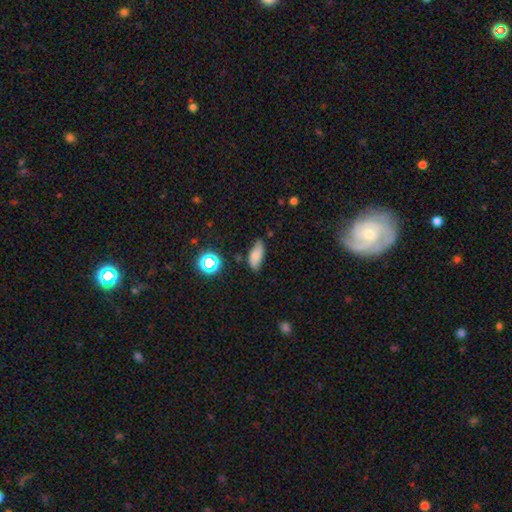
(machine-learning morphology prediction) Smooth or featured: smooth — 74% (featured or disk — 14%)
How rounded: in between — 82% (cigar-shaped — 14%)
Merging: none — 68% (minor disturbance — 25%)